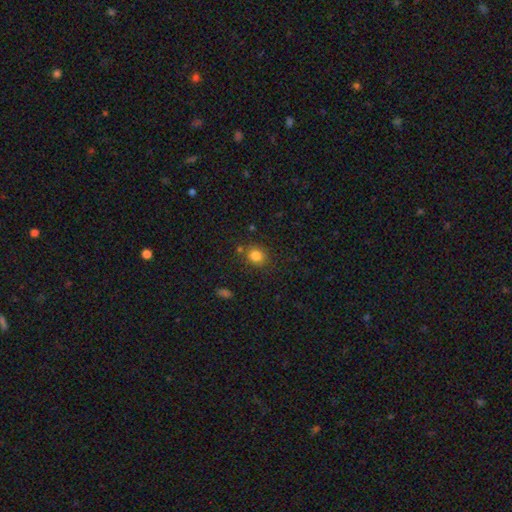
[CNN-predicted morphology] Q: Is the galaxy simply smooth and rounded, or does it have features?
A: smooth — 82%.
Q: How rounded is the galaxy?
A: round — 71%.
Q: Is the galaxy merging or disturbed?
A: none — 79%.